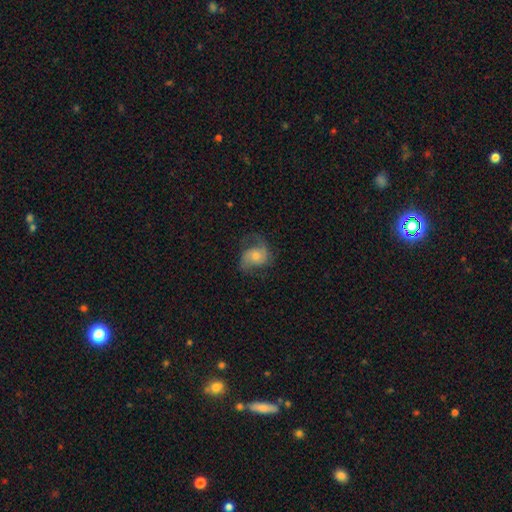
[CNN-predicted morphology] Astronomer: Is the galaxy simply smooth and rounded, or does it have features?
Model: featured or disk — 65%.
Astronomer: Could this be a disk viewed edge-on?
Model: no — 97%.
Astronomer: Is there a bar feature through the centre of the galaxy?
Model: no — 68%.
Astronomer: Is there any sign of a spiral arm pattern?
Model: yes — 90%.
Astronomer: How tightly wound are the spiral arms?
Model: medium — 45% (runner-up: loose, 40%).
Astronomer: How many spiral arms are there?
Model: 2 — 80%.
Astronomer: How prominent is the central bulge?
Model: moderate — 51% (runner-up: small, 34%).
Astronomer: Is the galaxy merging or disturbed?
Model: none — 57%.